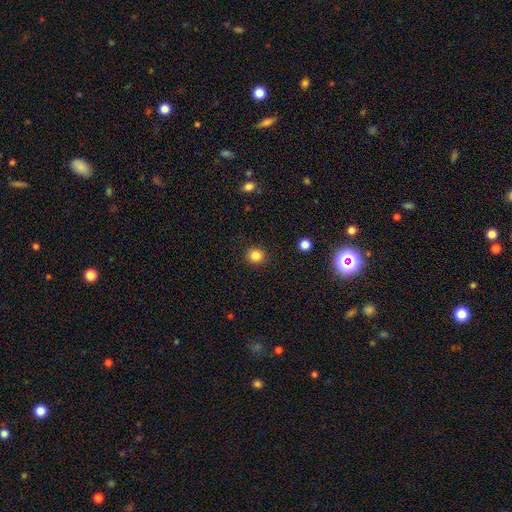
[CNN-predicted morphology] The model was most divided on "how rounded": round: 85%, in between: 14%, cigar-shaped: 1%. More confident: merging — none (91%); smooth or featured — smooth (84%).